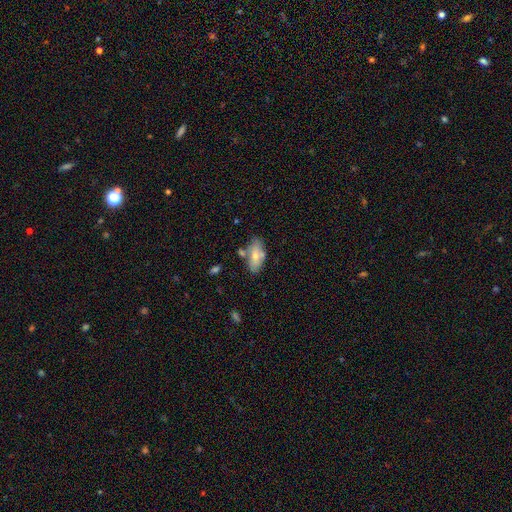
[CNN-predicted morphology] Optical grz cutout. It shows a smooth galaxy with no disk features (64%) that is in between round and cigar-shaped (86%). Merging: none (62%).